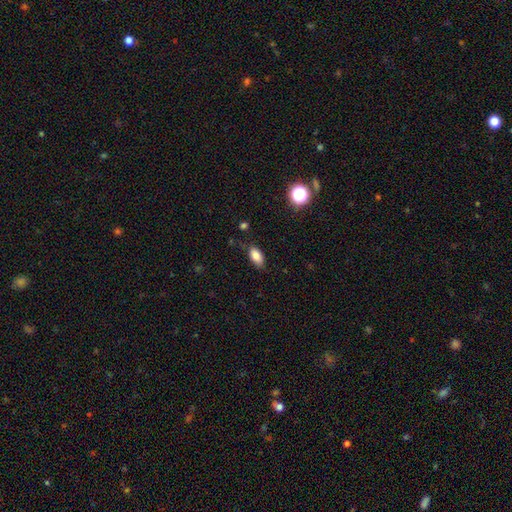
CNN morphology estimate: The model was most divided on "merging": none: 77%, minor disturbance: 17%, major disturbance: 4%, merger: 2%. More confident: how rounded — in between (90%); smooth or featured — smooth (82%).